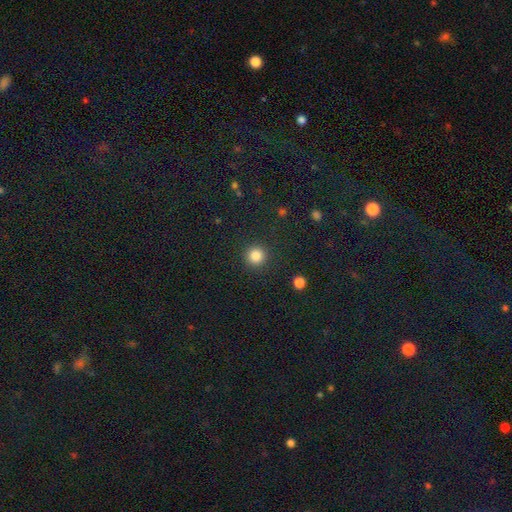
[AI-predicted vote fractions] Smooth or featured? smooth (85%)
How rounded? round (95%)
Merging? none (91%)